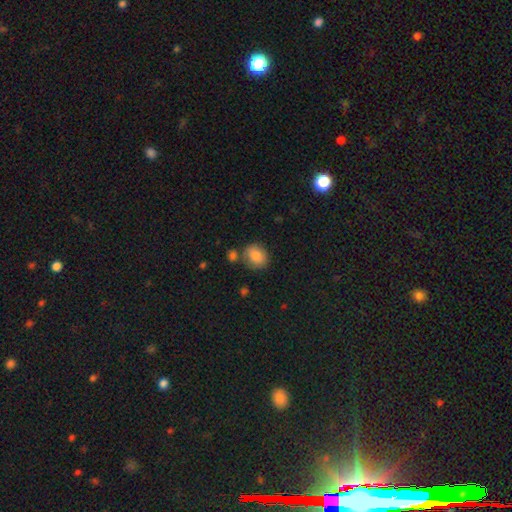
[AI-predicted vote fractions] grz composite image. It shows a smooth galaxy with no disk features (84%) that is round (59%). Merging: none (71%).